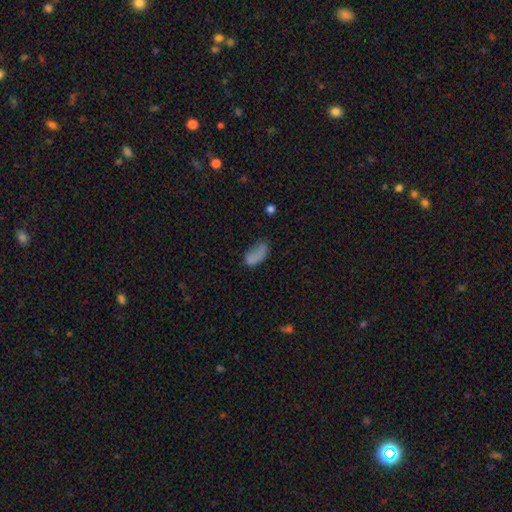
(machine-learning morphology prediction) Smooth or featured? smooth (72%)
How rounded? in between (91%)
Merging? none (41%)